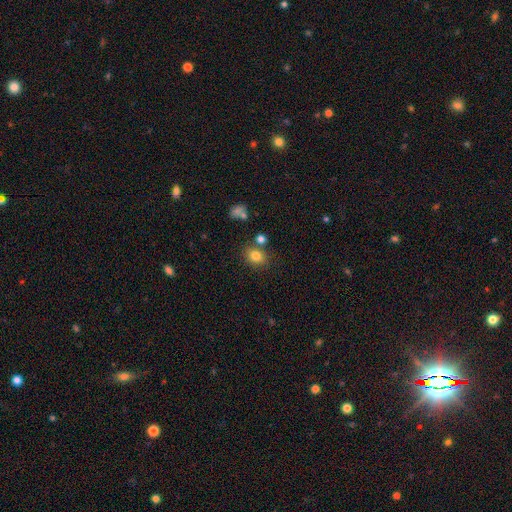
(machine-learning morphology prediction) Smooth or featured: smooth — 81% (star or artifact — 12%)
How rounded: round — 59% (in between — 40%)
Merging: none — 72% (minor disturbance — 12%)